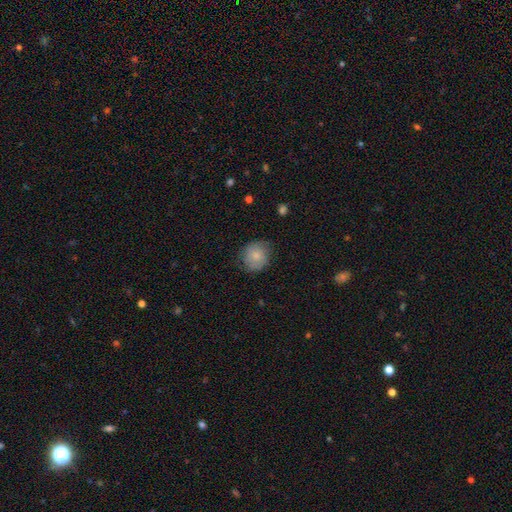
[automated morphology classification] smooth_or_featured: smooth (p=0.73) [alt: featured or disk p=0.20]
how_rounded: round (p=0.78) [alt: in between p=0.21]
merging: none (p=0.67) [alt: minor disturbance p=0.25]